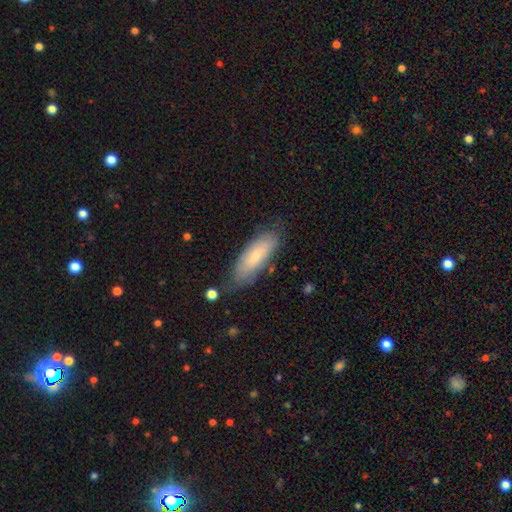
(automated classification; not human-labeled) A smooth galaxy with no disk features (70%) that is in between round and cigar-shaped (64%). Merging: none (70%).